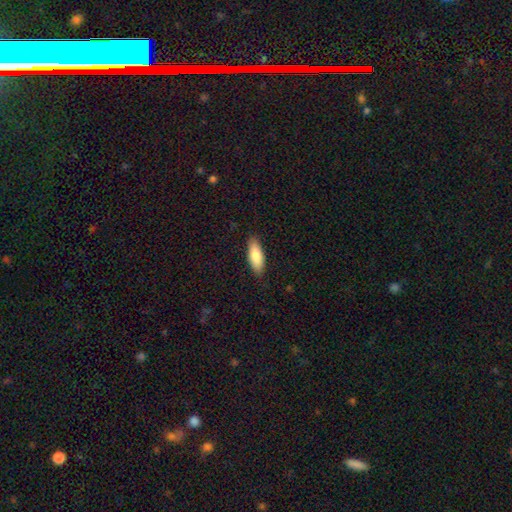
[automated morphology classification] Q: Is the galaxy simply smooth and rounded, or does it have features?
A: smooth — 84%.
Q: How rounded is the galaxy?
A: in between — 68%.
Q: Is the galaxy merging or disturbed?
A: none — 87%.